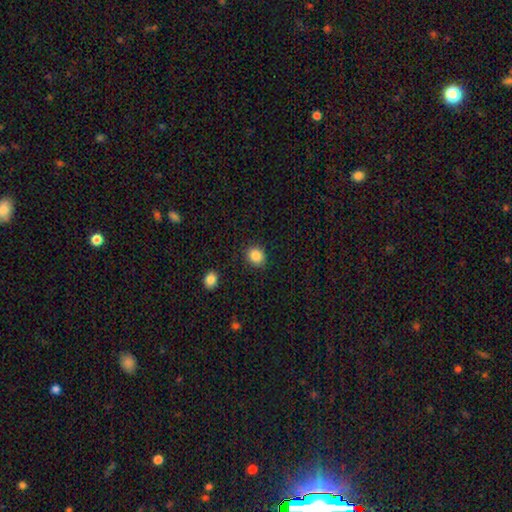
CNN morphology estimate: The model was most divided on "how rounded": round: 68%, in between: 32%, cigar-shaped: 1%. More confident: merging — none (87%); smooth or featured — smooth (86%).